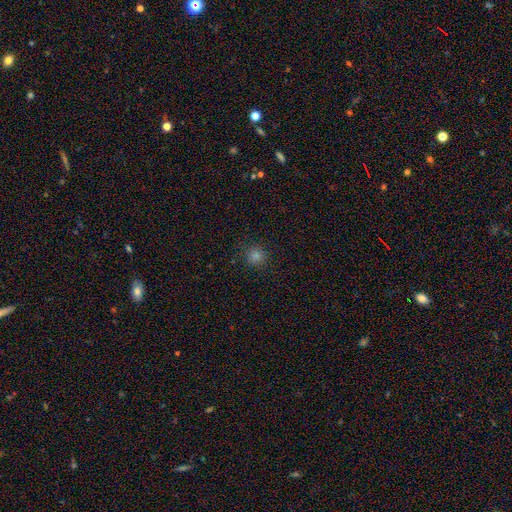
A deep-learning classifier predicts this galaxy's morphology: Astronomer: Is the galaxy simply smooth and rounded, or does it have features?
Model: smooth — 74%.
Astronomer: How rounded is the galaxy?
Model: round — 94%.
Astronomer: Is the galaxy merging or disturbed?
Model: none — 89%.